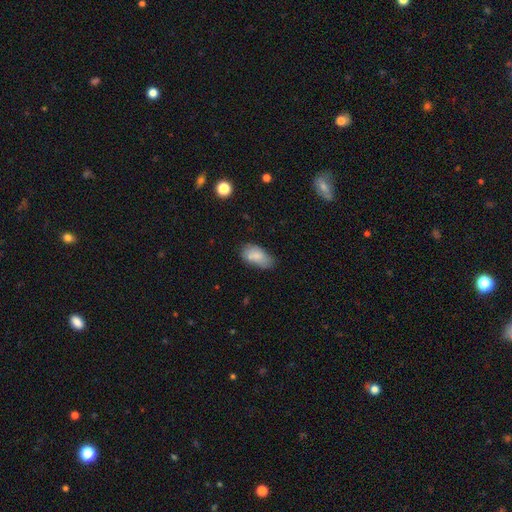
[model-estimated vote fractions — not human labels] Smooth or featured? Predicted: smooth (p=0.79). How rounded? Predicted: in between (p=0.92). Merging? Predicted: none (p=0.53).